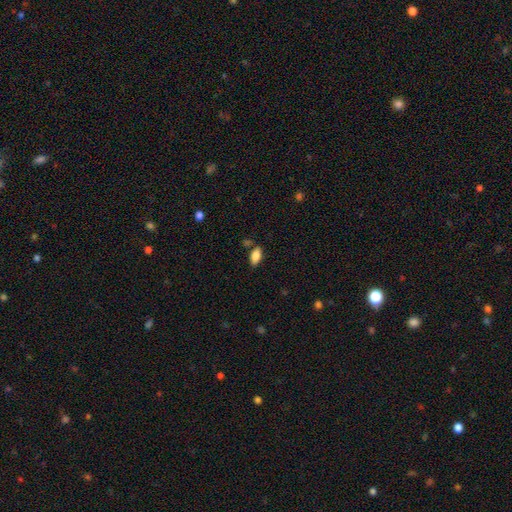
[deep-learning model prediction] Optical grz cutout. It shows a smooth galaxy with no disk features (84%) that is in between round and cigar-shaped (90%). Merging: none (78%).